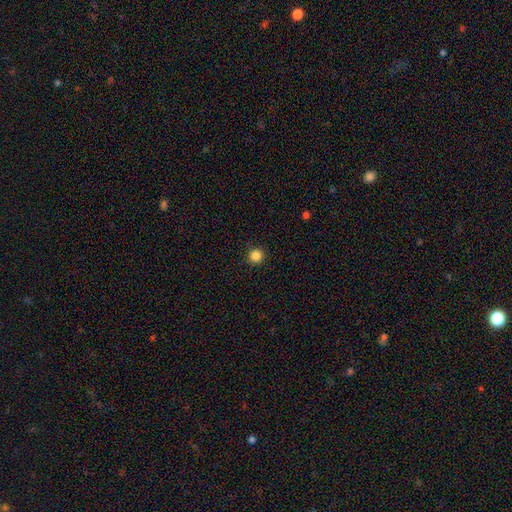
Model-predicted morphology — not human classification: This is clearly a smooth galaxy (85%). How rounded: clearly round (95%). Merging: clearly none (92%).